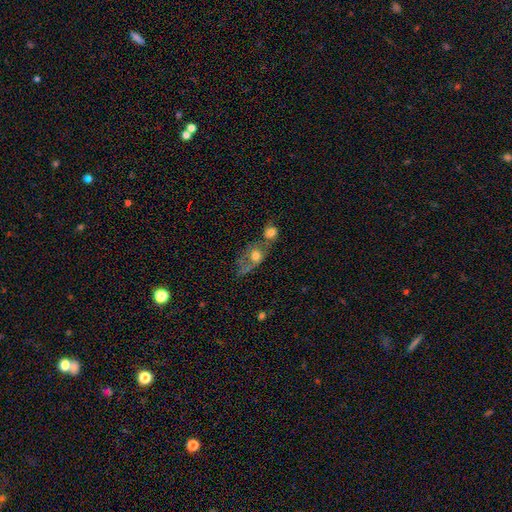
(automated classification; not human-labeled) Overall: smooth (59%; featured or disk 30%). How rounded: in between (51%; round 45%). Merging: merger (61%).